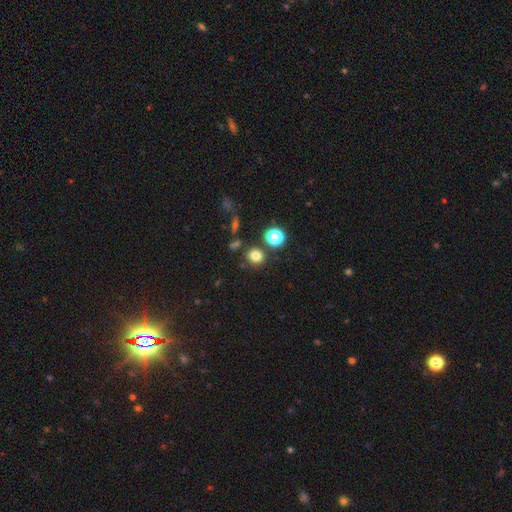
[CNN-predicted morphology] smooth_or_featured: smooth (p=0.77) [alt: star or artifact p=0.17]
how_rounded: round (p=0.86) [alt: in between p=0.13]
merging: none (p=0.80) [alt: merger p=0.09]